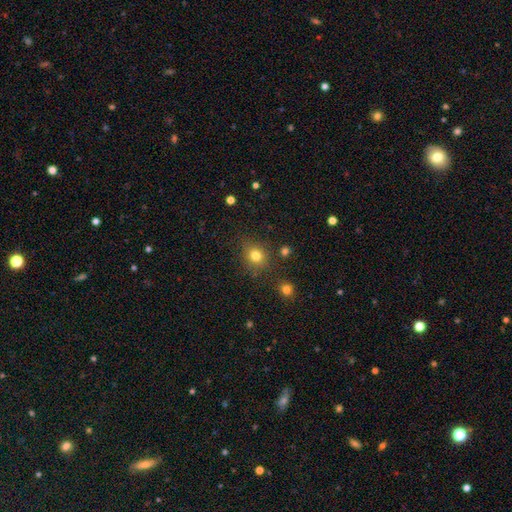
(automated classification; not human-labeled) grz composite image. It shows a smooth galaxy with no disk features (79%) that is round (76%). Merging: none (80%).